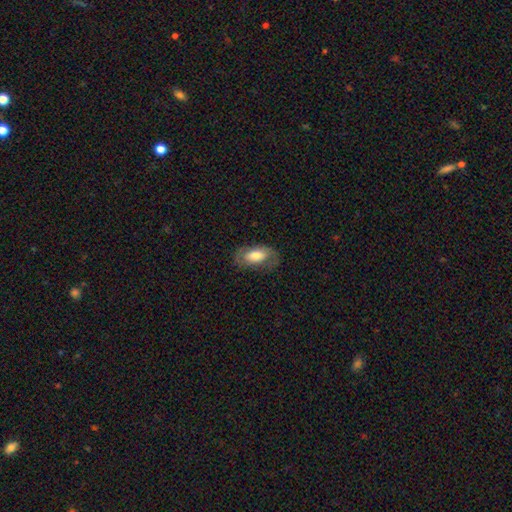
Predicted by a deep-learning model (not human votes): A smooth galaxy with no disk features (59%) that is in between round and cigar-shaped (91%). Merging: none (71%).